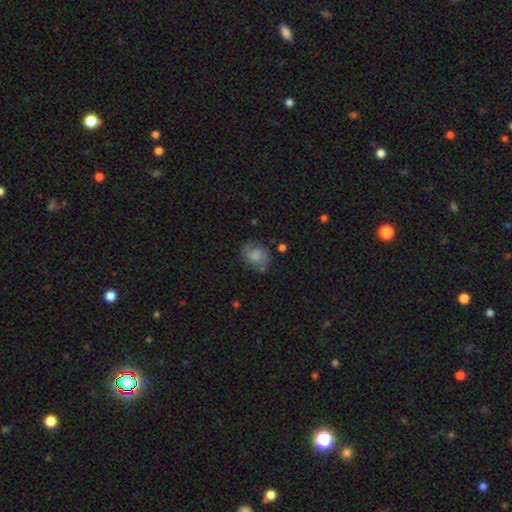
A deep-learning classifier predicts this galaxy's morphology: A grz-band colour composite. It shows a smooth galaxy with no disk features (58%) that is round (50%). Merging: none (66%).